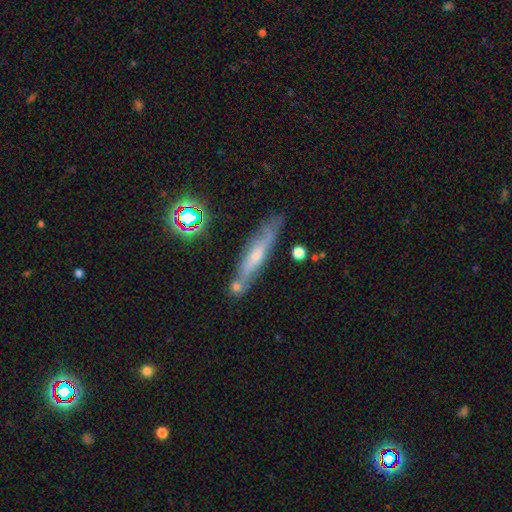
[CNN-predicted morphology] A featured or disk galaxy (52%) viewed edge-on (73%). Merging: none (73%).